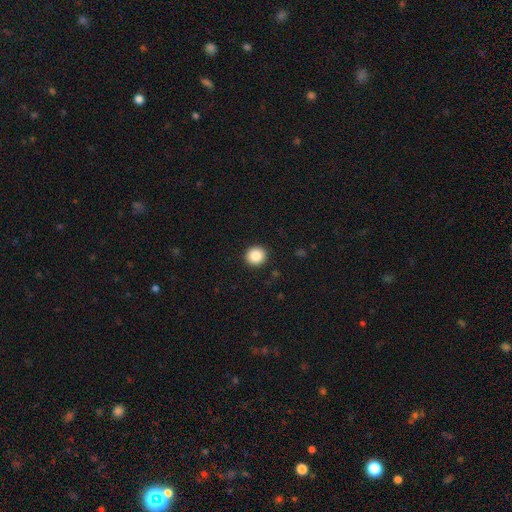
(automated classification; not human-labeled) Morphology: type=smooth (87%); roundness=round (92%); merging=none (92%).